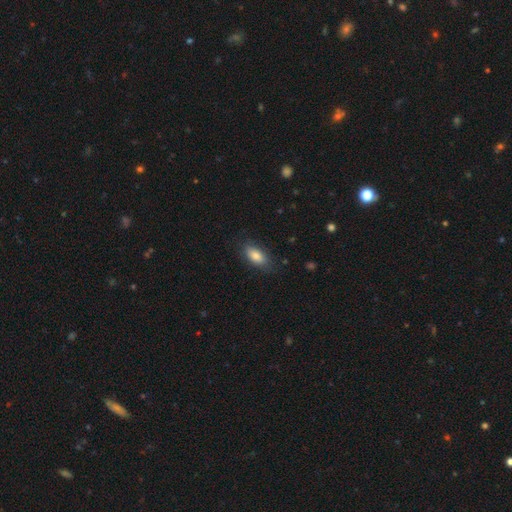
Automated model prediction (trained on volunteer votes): Smooth or featured? smooth (82%)
How rounded? in between (89%)
Merging? none (78%)